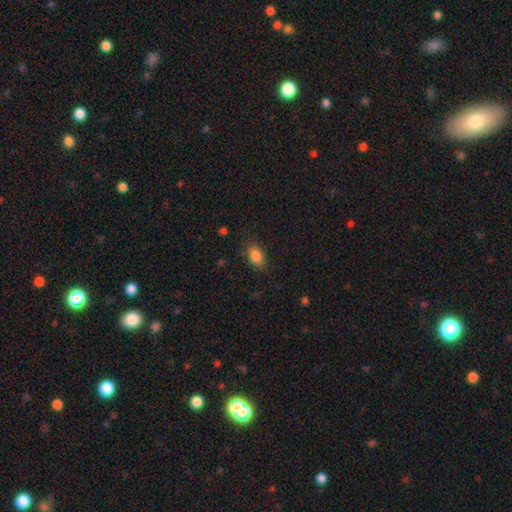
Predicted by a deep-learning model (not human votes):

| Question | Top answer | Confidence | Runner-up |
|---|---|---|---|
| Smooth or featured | smooth | 85% | star or artifact (9%) |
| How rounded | in between | 84% | round (14%) |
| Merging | none | 81% | minor disturbance (14%) |